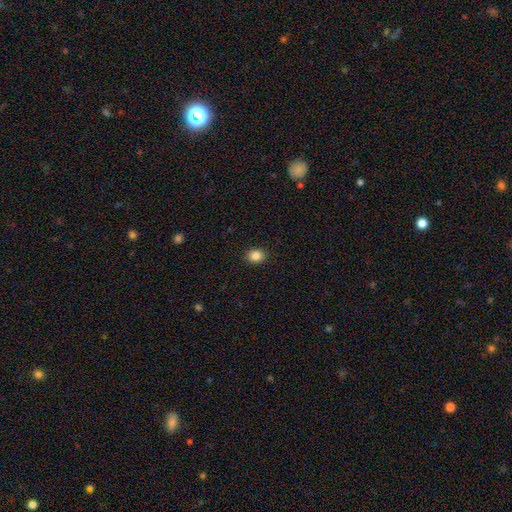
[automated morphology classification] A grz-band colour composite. It shows a smooth galaxy with no disk features (85%) that is round (59%). Merging: none (91%).